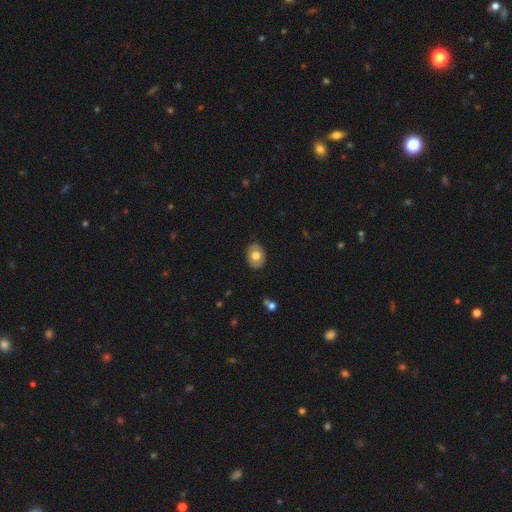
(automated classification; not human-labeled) A smooth galaxy with no disk features (73%) that is in between round and cigar-shaped (70%).

Vote fractions:
- Smooth or featured? smooth: 73% / featured or disk: 20% / star or artifact: 7%
- How rounded? in between: 70% / round: 29% / cigar-shaped: 1%
- Merging? none: 87% / minor disturbance: 10% / major disturbance: 2% / merger: 1%